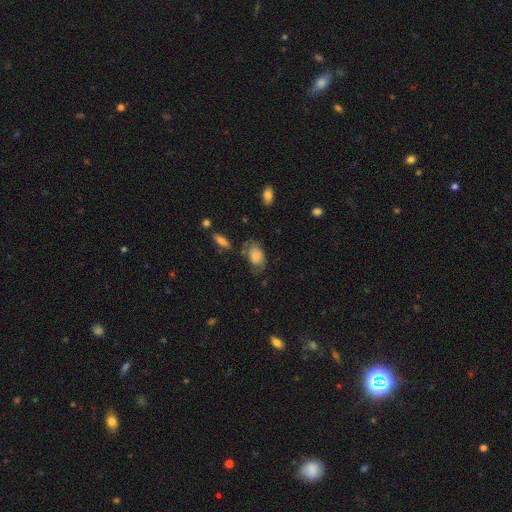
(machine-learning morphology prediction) This is likely a smooth galaxy (73%). How rounded: clearly in between (85%). Merging: possibly none (47%).